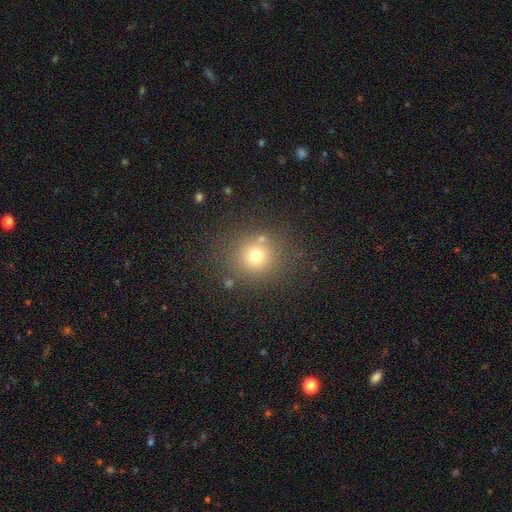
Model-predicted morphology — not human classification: A smooth galaxy with no disk features (70%) that is round (86%).

Vote fractions:
- Smooth or featured? smooth: 70% / star or artifact: 19% / featured or disk: 11%
- How rounded? round: 86% / in between: 13% / cigar-shaped: 1%
- Merging? none: 80% / minor disturbance: 9% / merger: 6% / major disturbance: 4%